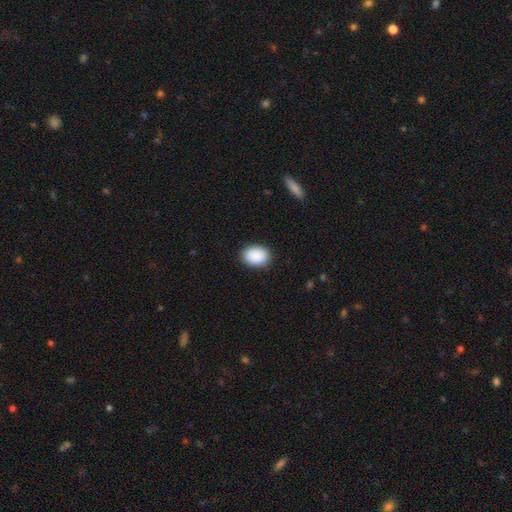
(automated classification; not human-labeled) Smooth or featured? smooth (91%)
How rounded? in between (71%)
Merging? none (89%)